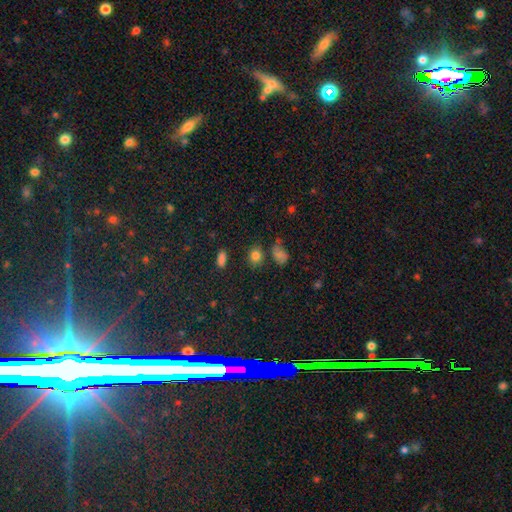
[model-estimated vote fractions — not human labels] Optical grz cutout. It shows a smooth galaxy with no disk features (81%) that is round (54%). Merging: none (76%).